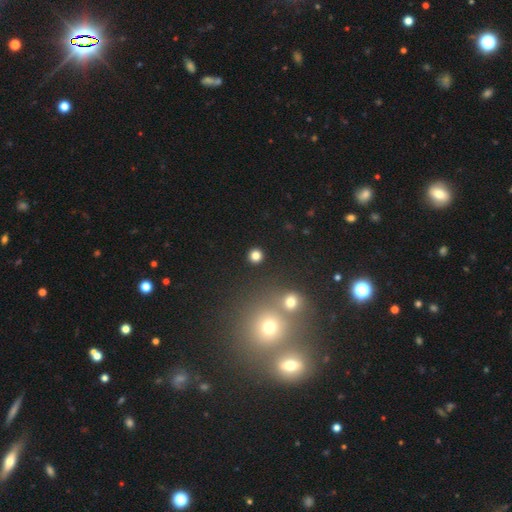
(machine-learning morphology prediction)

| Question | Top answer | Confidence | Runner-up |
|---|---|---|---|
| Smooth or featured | smooth | 81% | star or artifact (14%) |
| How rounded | round | 92% | in between (7%) |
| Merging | none | 91% | minor disturbance (4%) |